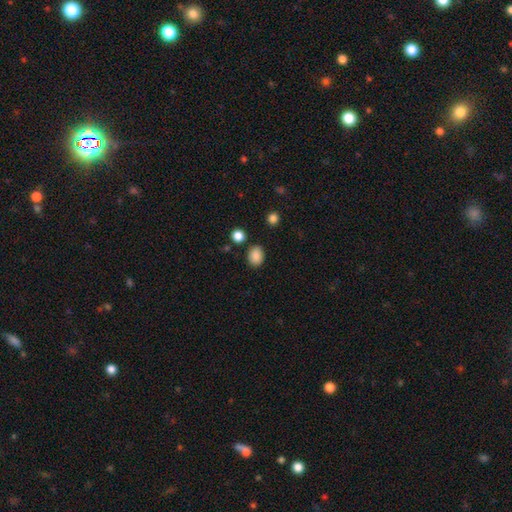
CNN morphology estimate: Smooth or featured? smooth (87%)
How rounded? in between (53%)
Merging? none (83%)